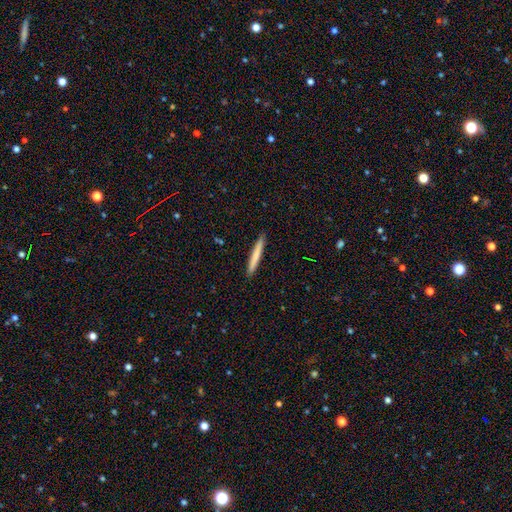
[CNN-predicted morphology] Q: Smooth or featured?
A: smooth (73%); runner-up: featured or disk (21%)
Q: How rounded?
A: cigar-shaped (96%); runner-up: in between (3%)
Q: Merging?
A: none (92%); runner-up: minor disturbance (6%)